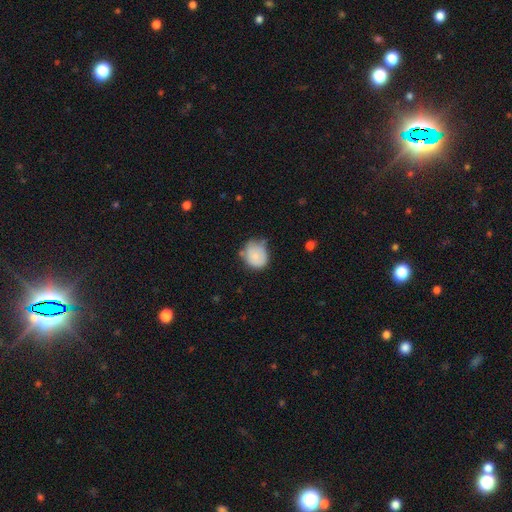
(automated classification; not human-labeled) Smooth or featured?
  - smooth: 78% *
  - featured or disk: 14%
  - star or artifact: 8%
How rounded?
  - round: 64% *
  - in between: 35%
  - cigar-shaped: 1%
Merging?
  - none: 50% *
  - minor disturbance: 35%
  - major disturbance: 9%
  - merger: 6%